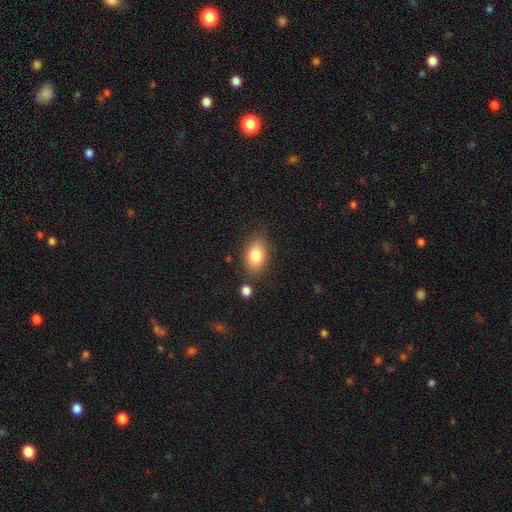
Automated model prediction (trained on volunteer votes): This appears to be a smooth galaxy with no disk features (82%) that is in between round and cigar-shaped (86%). Merging: none (77%).